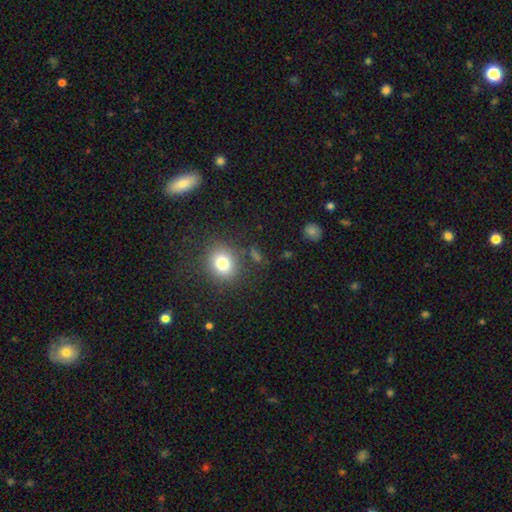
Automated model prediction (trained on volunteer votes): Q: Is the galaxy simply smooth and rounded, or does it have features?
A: smooth — 75%.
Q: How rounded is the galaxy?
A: round — 61%.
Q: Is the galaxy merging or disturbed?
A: none — 82%.